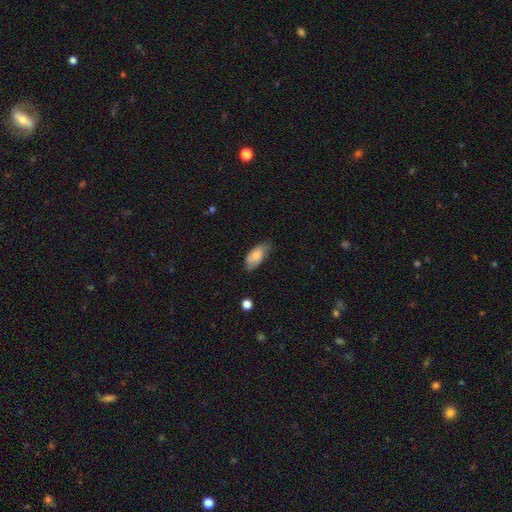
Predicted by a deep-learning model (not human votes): Overall: smooth (71%). How rounded: in between (90%). Merging: none (63%; minor disturbance 30%).